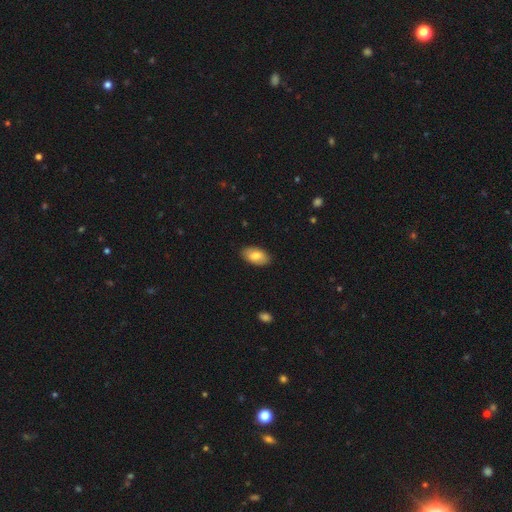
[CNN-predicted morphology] Smooth or featured?
  - smooth: 81% *
  - featured or disk: 12%
  - star or artifact: 6%
How rounded?
  - in between: 94% *
  - round: 4%
  - cigar-shaped: 2%
Merging?
  - none: 88% *
  - minor disturbance: 9%
  - major disturbance: 2%
  - merger: 1%